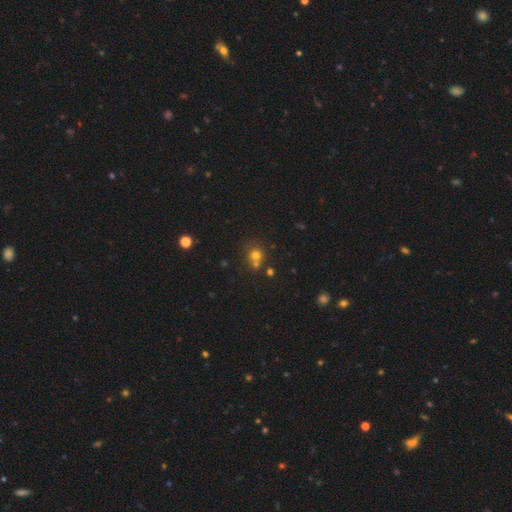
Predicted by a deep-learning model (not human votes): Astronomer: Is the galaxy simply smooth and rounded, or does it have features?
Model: smooth — 69%.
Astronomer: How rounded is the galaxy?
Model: round — 85%.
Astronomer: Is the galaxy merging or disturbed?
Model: none — 53% (runner-up: merger, 35%).